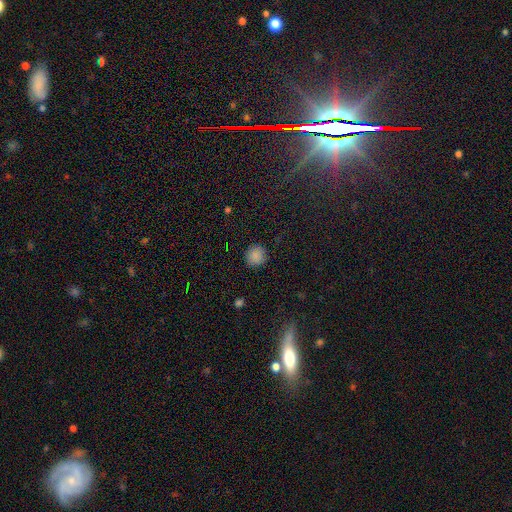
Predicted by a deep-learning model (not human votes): smooth-or-featured: smooth: 85% | star or artifact: 11% | featured or disk: 4%
  how-rounded: round: 93% | in between: 6% | cigar-shaped: 1%
  merging: none: 89% | minor disturbance: 8% | major disturbance: 2% | merger: 1%